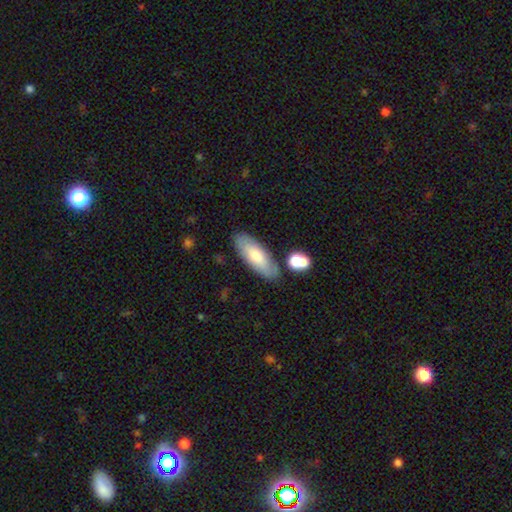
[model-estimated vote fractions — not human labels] smooth-or-featured: smooth: 72% | featured or disk: 22% | star or artifact: 6%
  how-rounded: in between: 71% | cigar-shaped: 27% | round: 2%
  merging: none: 80% | minor disturbance: 12% | merger: 6% | major disturbance: 3%